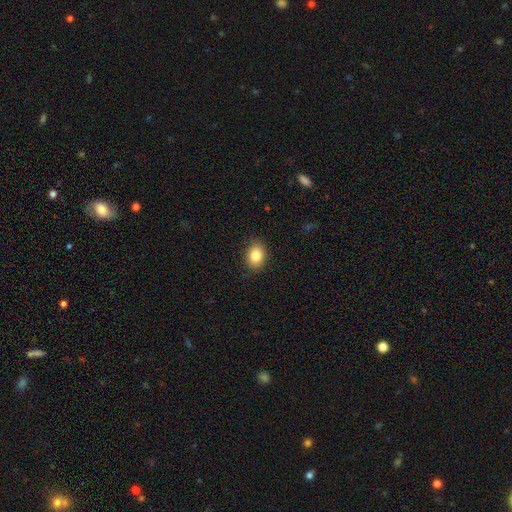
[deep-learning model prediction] Q: Smooth or featured?
A: smooth (85%); runner-up: star or artifact (9%)
Q: How rounded?
A: in between (65%); runner-up: round (34%)
Q: Merging?
A: none (86%); runner-up: minor disturbance (11%)